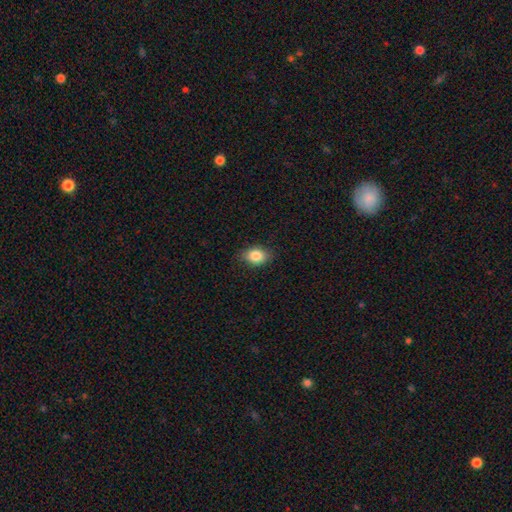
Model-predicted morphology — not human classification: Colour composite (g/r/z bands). It shows a smooth galaxy with no disk features (84%) that is in between round and cigar-shaped (73%). Merging: none (84%).